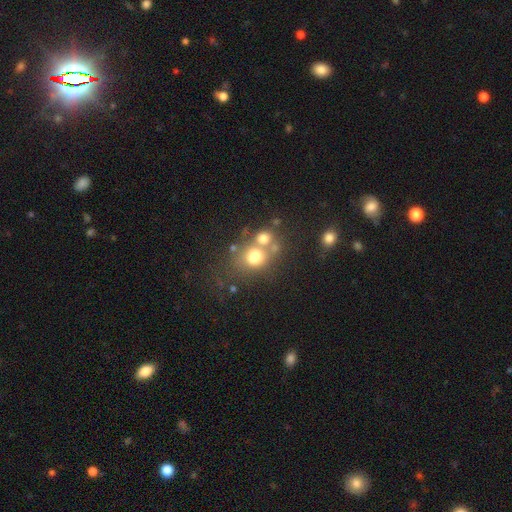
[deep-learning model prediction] This appears to be a smooth galaxy with no disk features (68%) that is round (69%). Merging: merger (42%).